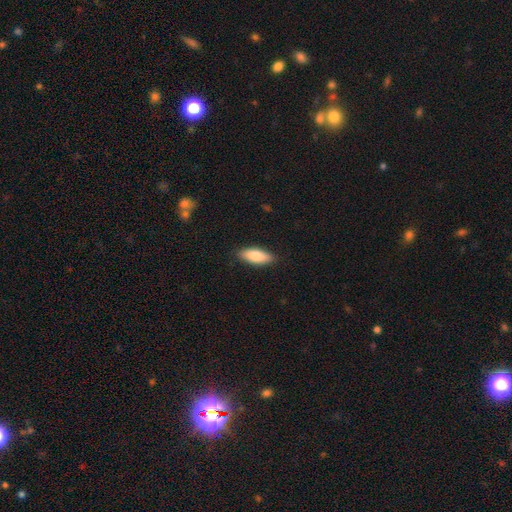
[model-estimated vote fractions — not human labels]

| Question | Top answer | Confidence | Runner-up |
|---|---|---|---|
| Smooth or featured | smooth | 80% | featured or disk (14%) |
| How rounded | in between | 70% | cigar-shaped (28%) |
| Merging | none | 87% | minor disturbance (10%) |